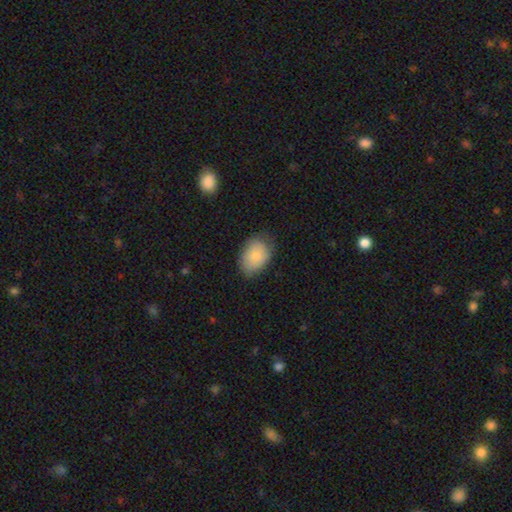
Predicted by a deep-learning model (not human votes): Overall: smooth (83%). How rounded: in between (81%). Merging: none (72%).